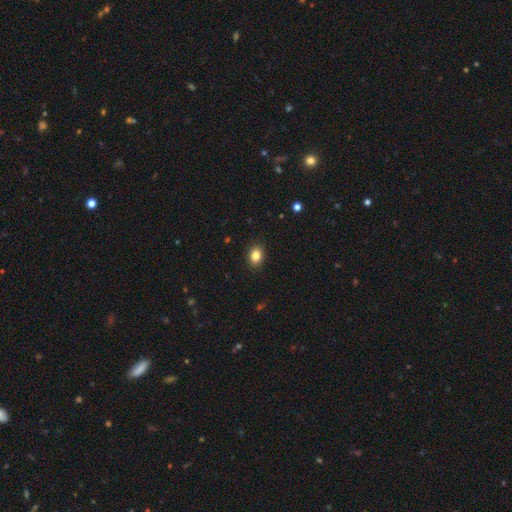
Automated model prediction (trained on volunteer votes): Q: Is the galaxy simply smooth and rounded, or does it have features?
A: smooth — 84%.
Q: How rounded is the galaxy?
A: in between — 55%.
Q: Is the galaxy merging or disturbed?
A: none — 90%.